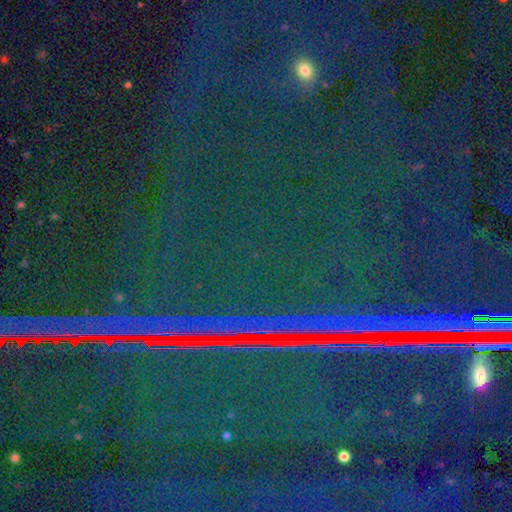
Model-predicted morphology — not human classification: This appears to be a star or artifact, not a galaxy (87%).